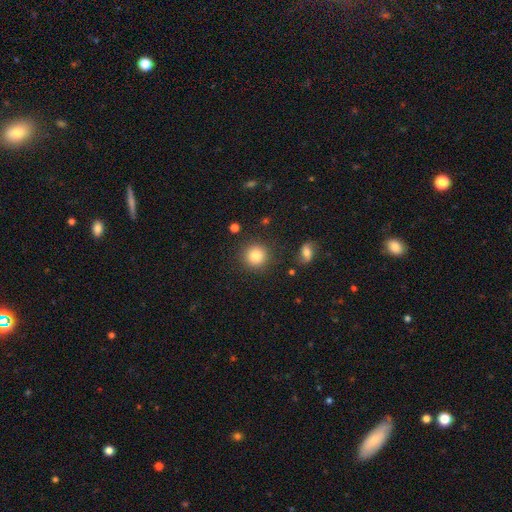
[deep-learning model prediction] This is clearly a smooth galaxy (84%). How rounded: clearly round (93%). Merging: clearly none (88%).